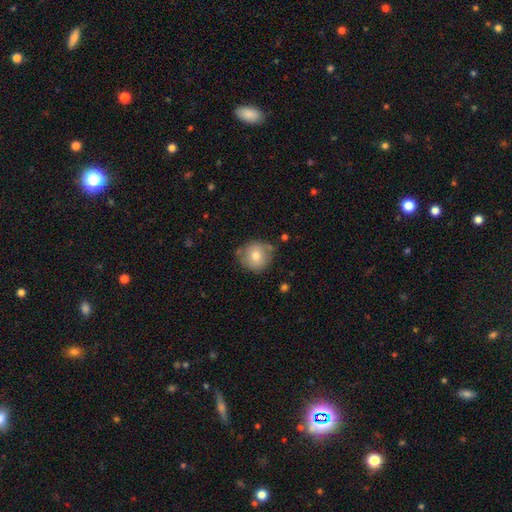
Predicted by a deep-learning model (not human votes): Smooth or featured? Predicted: smooth (p=0.73). How rounded? Predicted: round (p=0.89). Merging? Predicted: none (p=0.70).